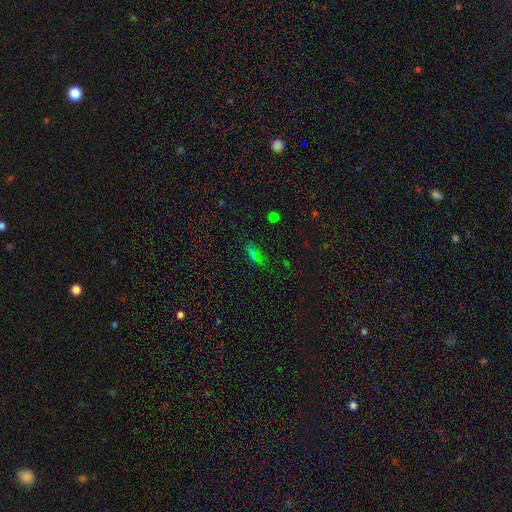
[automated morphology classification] Smooth or featured? smooth (54%)
How rounded? in between (72%)
Merging? none (68%)